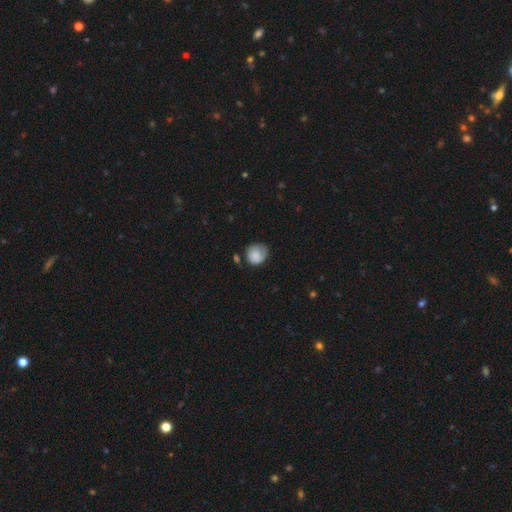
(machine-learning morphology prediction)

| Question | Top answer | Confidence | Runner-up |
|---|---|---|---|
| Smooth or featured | smooth | 78% | featured or disk (15%) |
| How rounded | round | 80% | in between (19%) |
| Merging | none | 53% | minor disturbance (32%) |